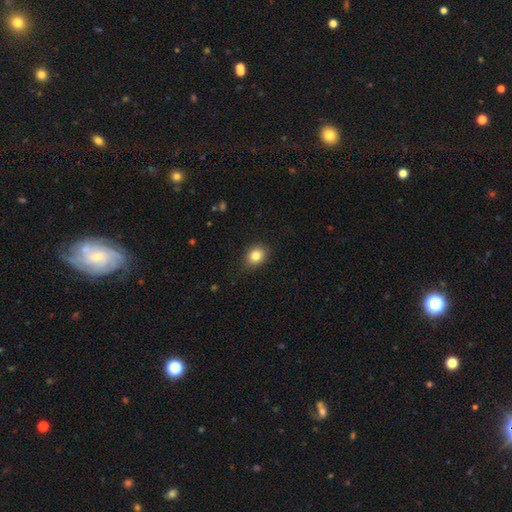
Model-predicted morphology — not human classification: Overall: smooth (83%). How rounded: round (56%; in between 43%). Merging: none (86%).